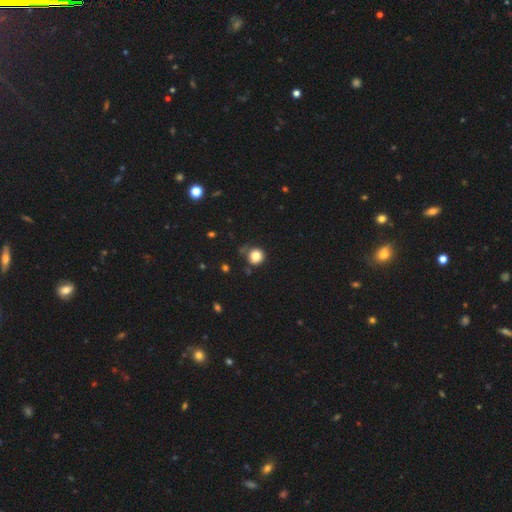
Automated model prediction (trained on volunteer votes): Q: Smooth or featured?
A: smooth (81%); runner-up: star or artifact (11%)
Q: How rounded?
A: round (91%); runner-up: in between (8%)
Q: Merging?
A: none (72%); runner-up: minor disturbance (18%)